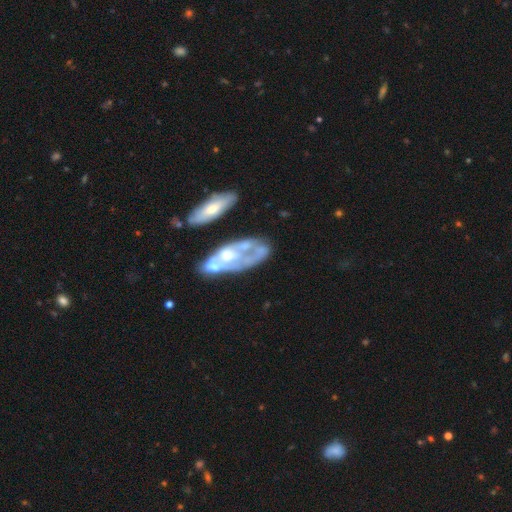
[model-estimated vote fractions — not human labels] Overall: featured or disk (67%). Edge-on disk: no (89%). Bar: no (83%). Spiral arms: no (75%). Bulge size: moderate (50%; small 23%). Merging: none (36%; merger 26%).